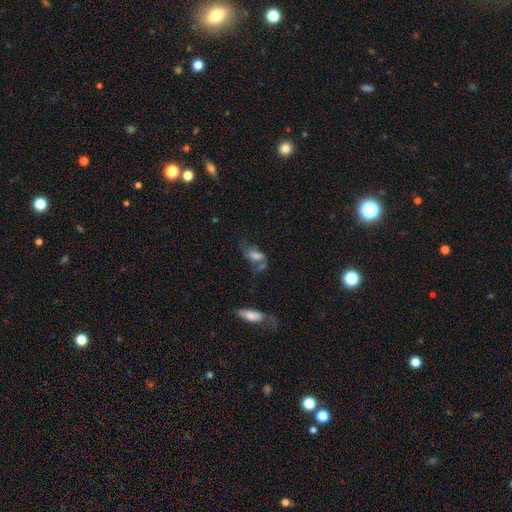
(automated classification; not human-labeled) Smooth or featured?
  - smooth: 48% *
  - featured or disk: 40%
  - star or artifact: 12%
Merging?
  - none: 33% *
  - major disturbance: 28%
  - minor disturbance: 21%
  - merger: 17%